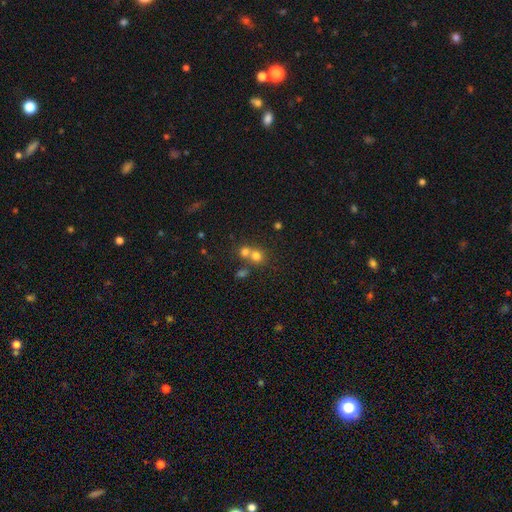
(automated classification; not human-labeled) Morphology: type=smooth (73%); roundness=round (84%); merging=merger (50%).